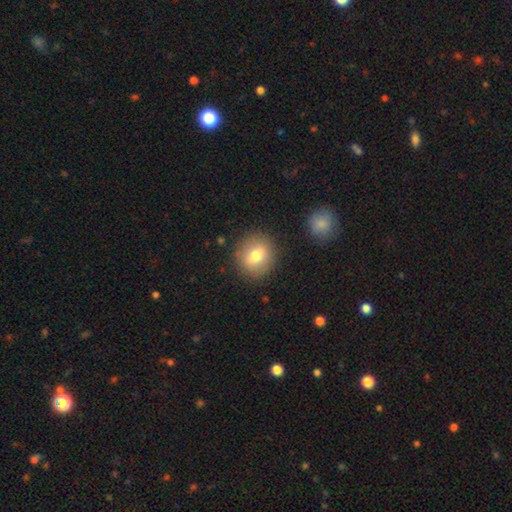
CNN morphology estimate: Smooth or featured? smooth (74%)
How rounded? round (83%)
Merging? none (87%)